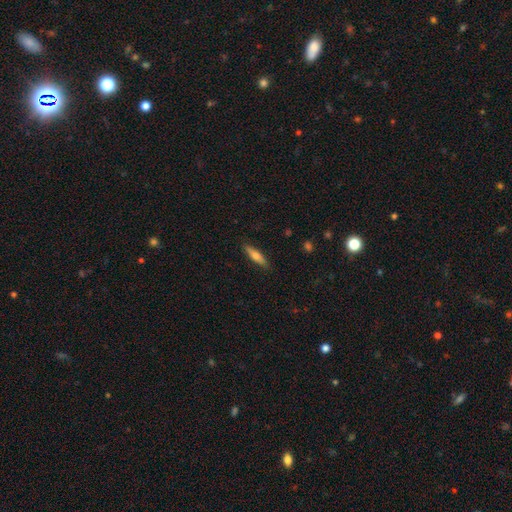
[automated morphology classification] smooth 58%, featured or disk 36%, star or artifact 6%. Down the decision tree: how rounded — cigar-shaped (74%); merging — none (88%).